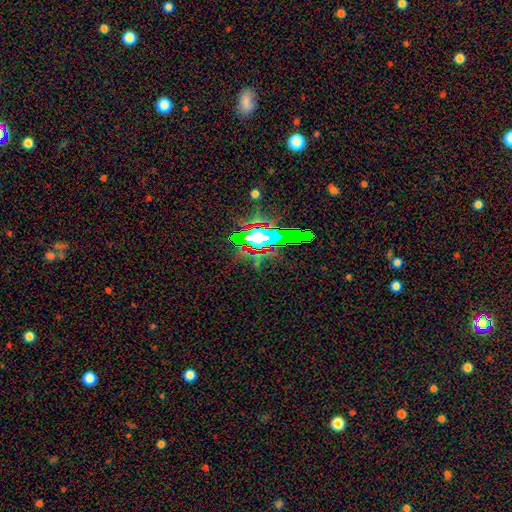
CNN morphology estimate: Smooth or featured?
  - star or artifact: 83% *
  - smooth: 9%
  - featured or disk: 8%